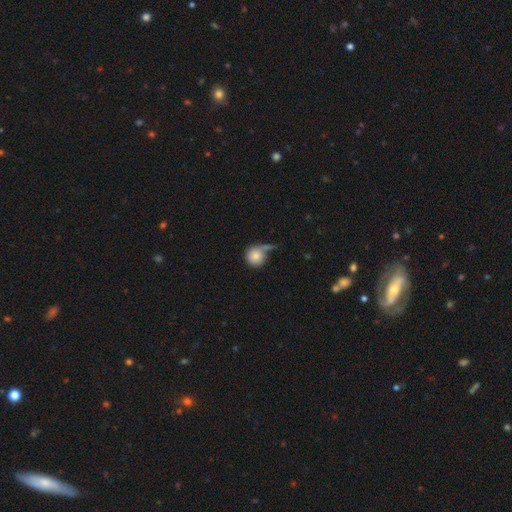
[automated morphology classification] Smooth or featured: smooth — 80% (featured or disk — 12%)
How rounded: round — 92% (in between — 7%)
Merging: none — 44% (merger — 20%)